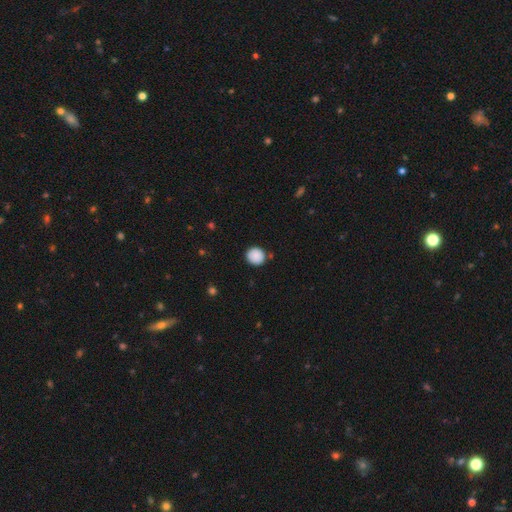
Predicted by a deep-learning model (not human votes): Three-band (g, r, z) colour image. It shows a smooth galaxy with no disk features (89%) that is round (90%). Merging: none (86%).